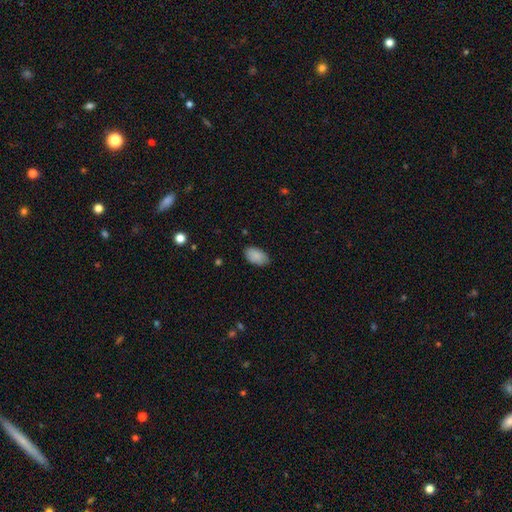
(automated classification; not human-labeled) A smooth galaxy with no disk features (87%) that is in between round and cigar-shaped (93%). Merging: none (80%).